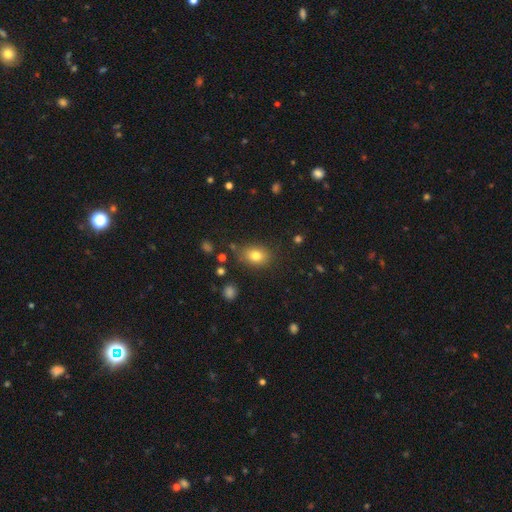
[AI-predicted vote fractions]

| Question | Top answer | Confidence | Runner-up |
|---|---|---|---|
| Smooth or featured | smooth | 79% | star or artifact (12%) |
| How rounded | in between | 64% | round (35%) |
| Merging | none | 77% | minor disturbance (15%) |